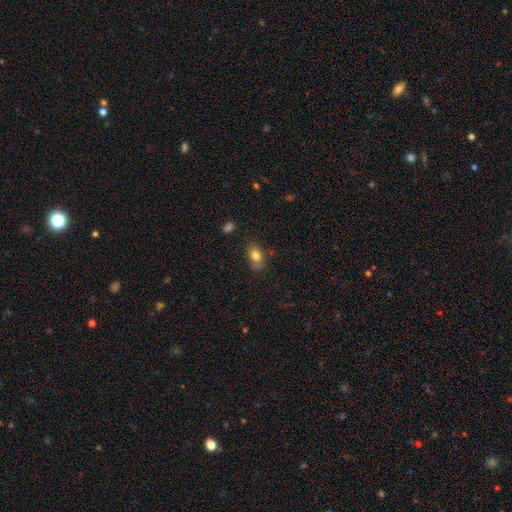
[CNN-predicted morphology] Smooth or featured? Predicted: smooth (p=0.80). How rounded? Predicted: in between (p=0.77). Merging? Predicted: none (p=0.71).